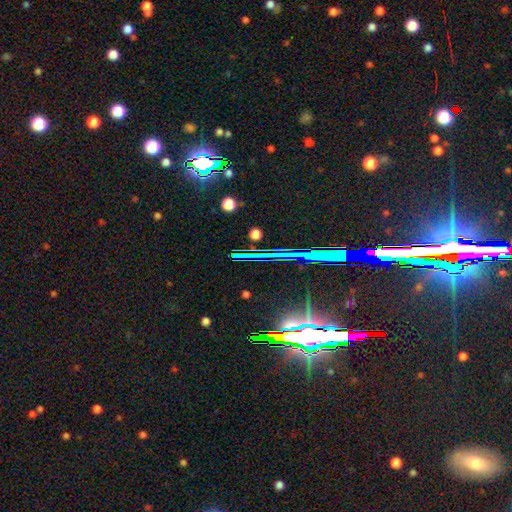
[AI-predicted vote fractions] Overall: star or artifact (76%).